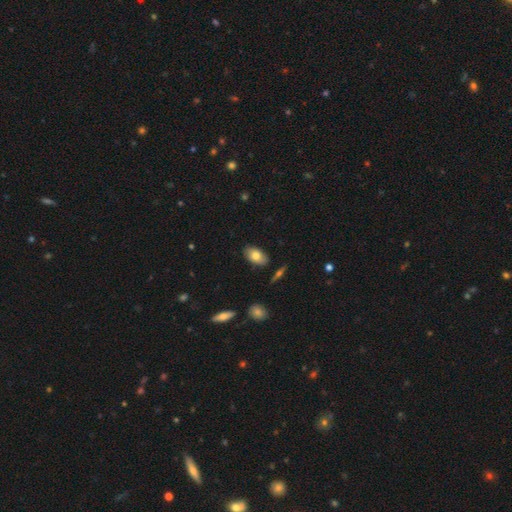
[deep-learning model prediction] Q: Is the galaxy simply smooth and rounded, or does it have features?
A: smooth — 78%.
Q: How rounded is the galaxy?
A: in between — 93%.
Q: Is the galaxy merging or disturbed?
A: none — 84%.